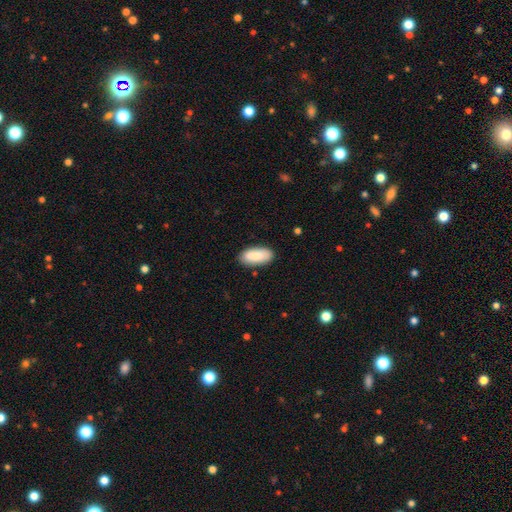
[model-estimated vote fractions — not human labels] This is clearly a smooth galaxy (87%). How rounded: clearly in between (90%). Merging: clearly none (85%).